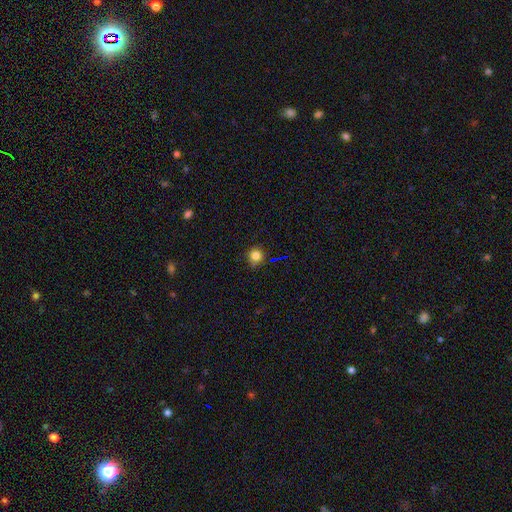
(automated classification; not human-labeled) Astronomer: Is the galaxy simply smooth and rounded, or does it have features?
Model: smooth — 79%.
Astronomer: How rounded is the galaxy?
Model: round — 93%.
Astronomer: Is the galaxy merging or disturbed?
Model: none — 84%.